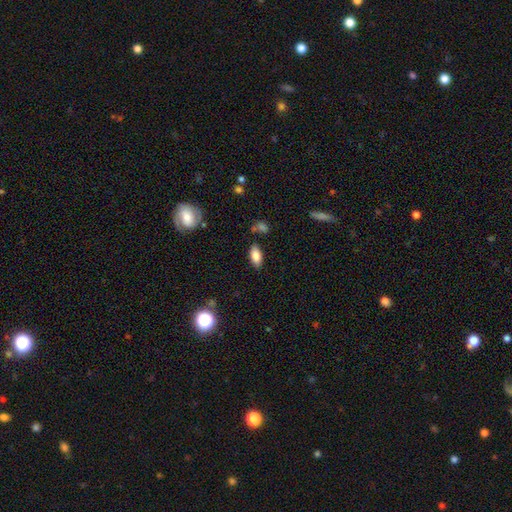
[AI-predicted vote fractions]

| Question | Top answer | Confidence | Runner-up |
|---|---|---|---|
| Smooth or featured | smooth | 83% | featured or disk (9%) |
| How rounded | in between | 90% | cigar-shaped (7%) |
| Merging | none | 83% | minor disturbance (11%) |